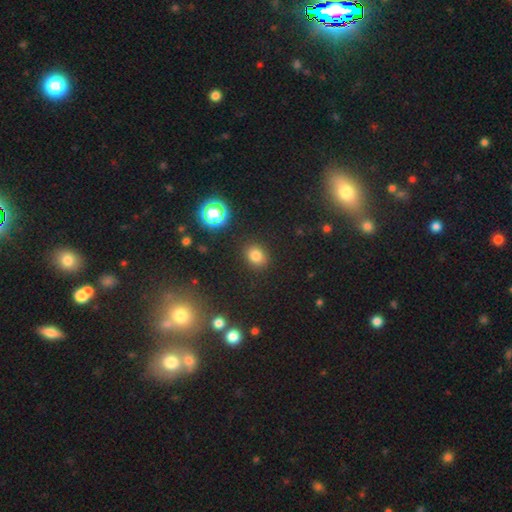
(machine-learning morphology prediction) This is likely a smooth galaxy (77%). How rounded: possibly round (57%). Merging: clearly none (87%).